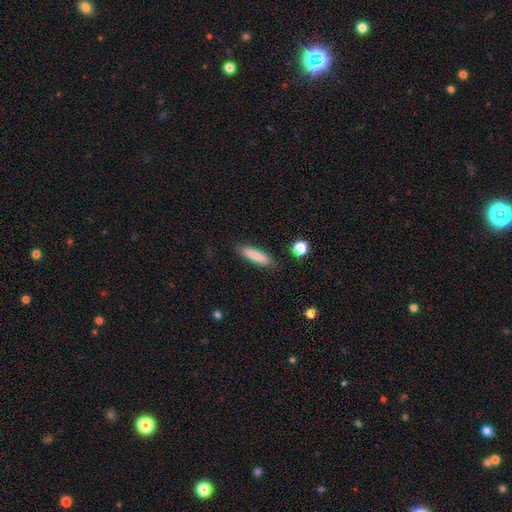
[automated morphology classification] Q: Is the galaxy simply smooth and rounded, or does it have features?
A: smooth — 83%.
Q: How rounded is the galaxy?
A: cigar-shaped — 81%.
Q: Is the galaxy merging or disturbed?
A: none — 86%.